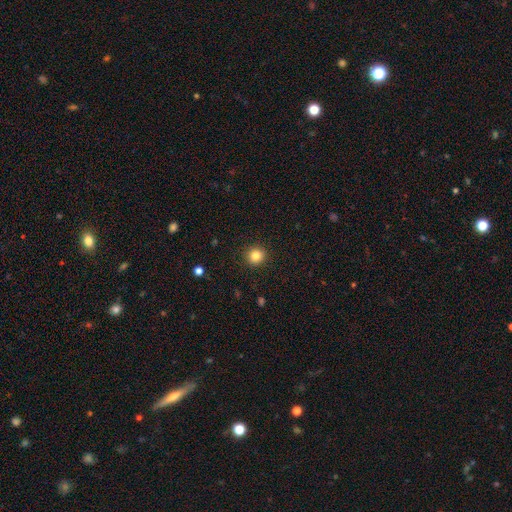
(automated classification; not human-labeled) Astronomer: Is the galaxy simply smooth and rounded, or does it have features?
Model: smooth — 83%.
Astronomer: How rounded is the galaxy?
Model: round — 90%.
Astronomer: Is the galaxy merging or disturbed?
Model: none — 91%.